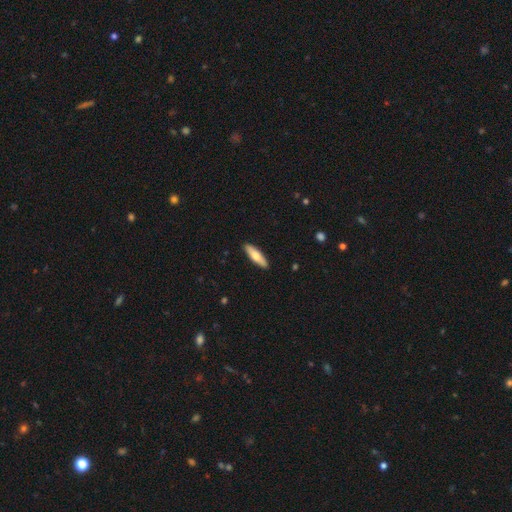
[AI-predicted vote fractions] smooth_or_featured: smooth (p=0.67) [alt: featured or disk p=0.27]
how_rounded: cigar-shaped (p=0.58) [alt: in between p=0.40]
merging: none (p=0.90) [alt: minor disturbance p=0.07]